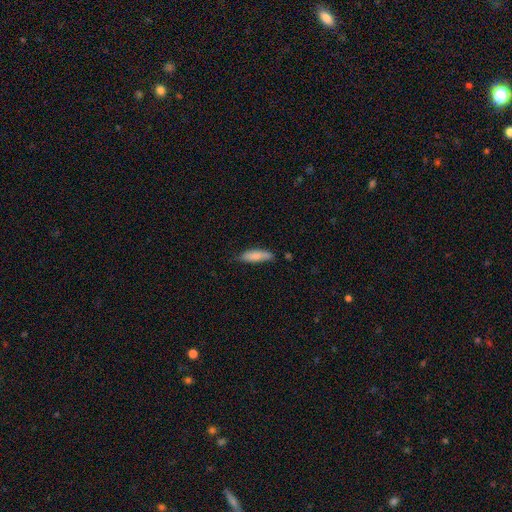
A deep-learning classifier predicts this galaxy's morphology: smooth 83%, featured or disk 11%, star or artifact 6%. Down the decision tree: how rounded — cigar-shaped (57%); merging — none (69%).